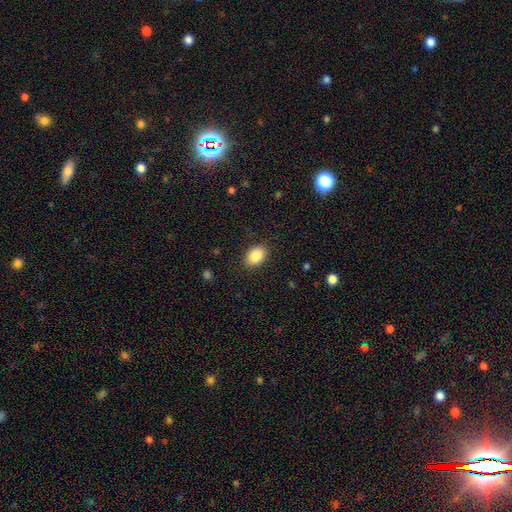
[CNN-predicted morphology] A smooth galaxy with no disk features (87%) that is in between round and cigar-shaped (84%). Merging: none (87%).